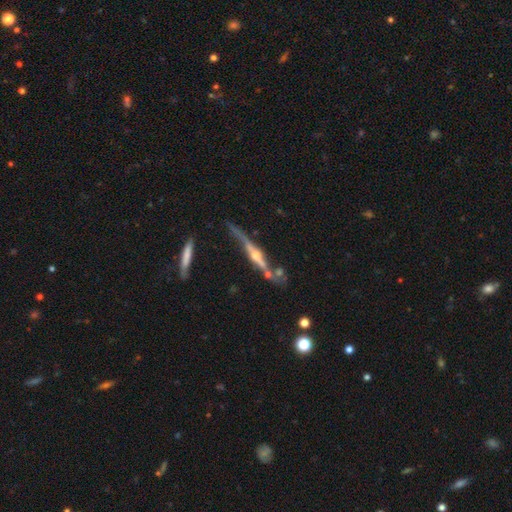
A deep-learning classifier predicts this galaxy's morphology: Q: Smooth or featured?
A: featured or disk (82%); runner-up: smooth (11%)
Q: Edge-on disk?
A: yes (92%); runner-up: no (8%)
Q: Edge-on bulge?
A: rounded (82%); runner-up: boxy (9%)
Q: Merging?
A: none (56%); runner-up: minor disturbance (22%)